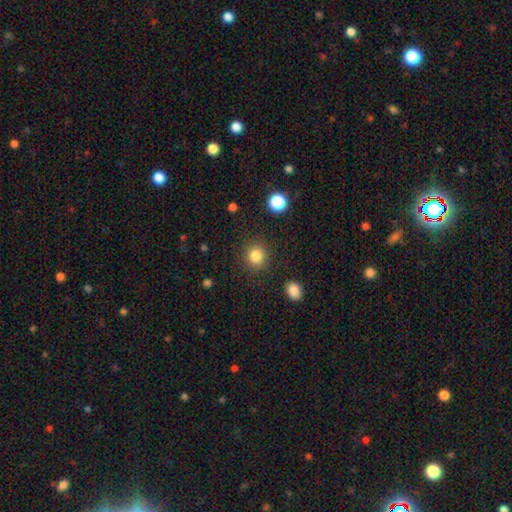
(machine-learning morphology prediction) The model was most divided on "smooth or featured": smooth: 84%, star or artifact: 11%, featured or disk: 5%. More confident: merging — none (89%); how rounded — round (88%).